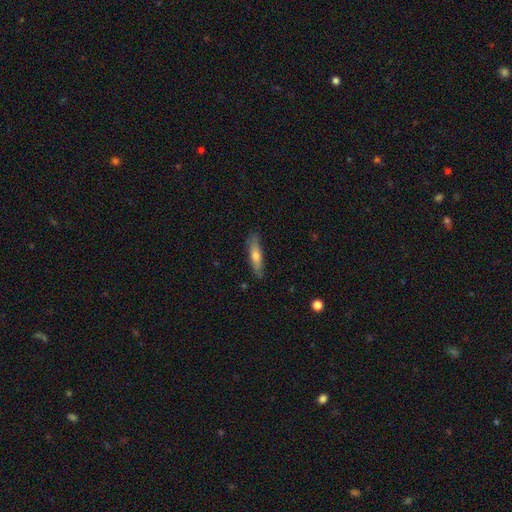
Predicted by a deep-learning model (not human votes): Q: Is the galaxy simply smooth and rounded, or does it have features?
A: smooth — 57%.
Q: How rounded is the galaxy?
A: cigar-shaped — 79%.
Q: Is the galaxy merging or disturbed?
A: none — 85%.